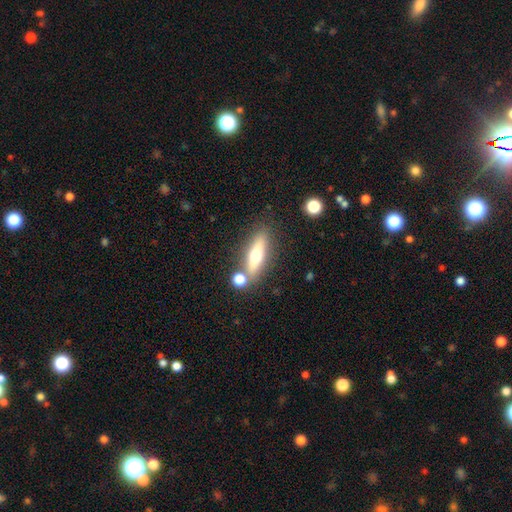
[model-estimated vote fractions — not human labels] Overall: smooth (48%; featured or disk 44%). Merging: none (73%).